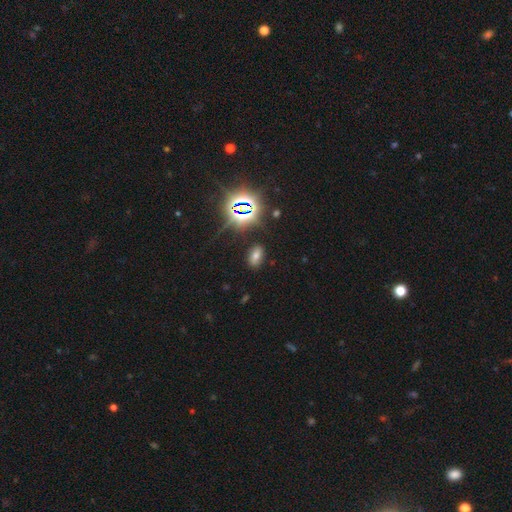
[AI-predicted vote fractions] This appears to be a smooth galaxy with no disk features (55%) that is in between round and cigar-shaped (89%). Merging: none (85%).